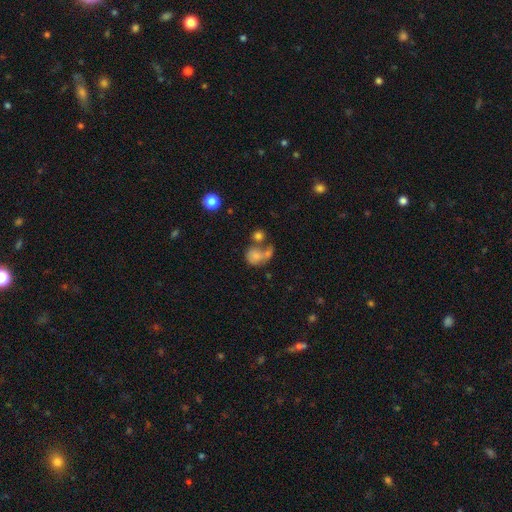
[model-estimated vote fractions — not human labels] smooth-or-featured: smooth: 71% | featured or disk: 18% | star or artifact: 11%
  how-rounded: round: 67% | in between: 32% | cigar-shaped: 1%
  merging: merger: 47% | none: 29% | minor disturbance: 12% | major disturbance: 12%